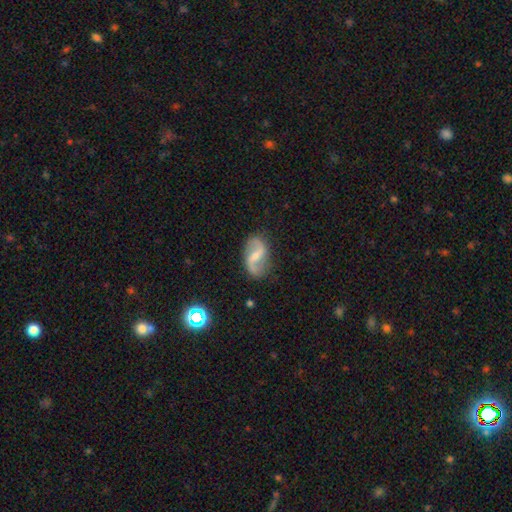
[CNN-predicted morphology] Smooth or featured: featured or disk — 83% (smooth — 11%)
Edge-on disk: no — 98% (yes — 2%)
Bar: weak — 51% (strong — 31%)
Spiral arms: yes — 95% (no — 5%)
Spiral winding: loose — 70% (medium — 24%)
Spiral arm count: 2 — 92% (can't tell — 3%)
Bulge size: small — 46% (moderate — 27%)
Merging: none — 80% (minor disturbance — 14%)